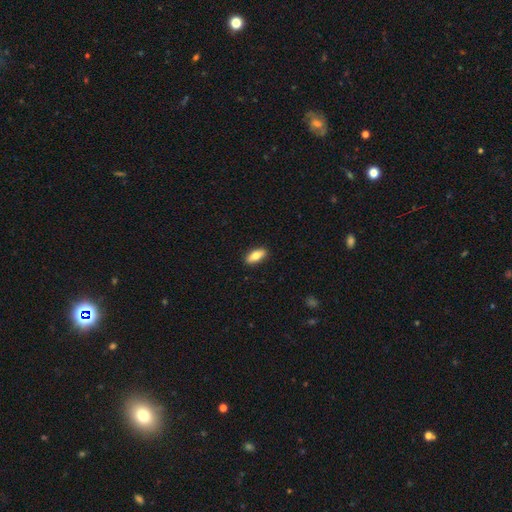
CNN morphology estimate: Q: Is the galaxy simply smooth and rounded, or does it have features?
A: smooth — 75%.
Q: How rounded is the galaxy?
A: in between — 78%.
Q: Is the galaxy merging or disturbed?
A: none — 90%.